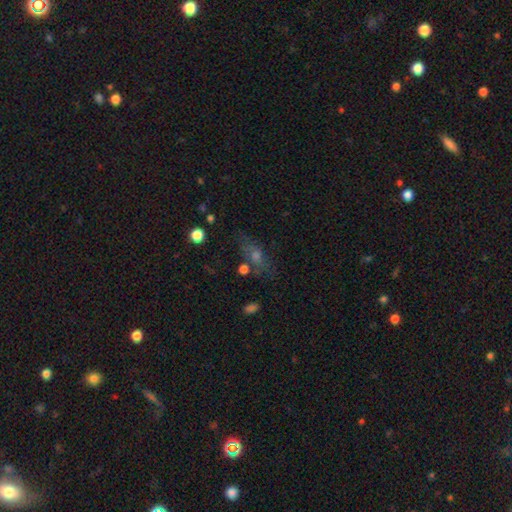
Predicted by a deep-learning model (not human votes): A smooth galaxy with no disk features (44%).

Vote fractions:
- Smooth or featured? smooth: 44% / featured or disk: 33% / star or artifact: 24%
- Merging? none: 65% / minor disturbance: 17% / major disturbance: 9% / merger: 8%